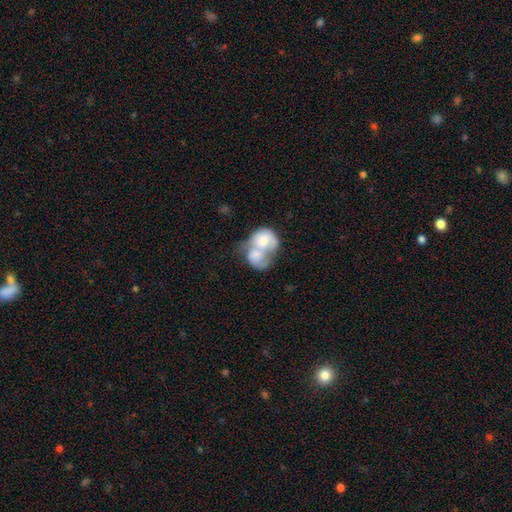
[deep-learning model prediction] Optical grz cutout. It shows a smooth galaxy with no disk features (55%) that is in between round and cigar-shaped (51%). Merging: merger (82%).